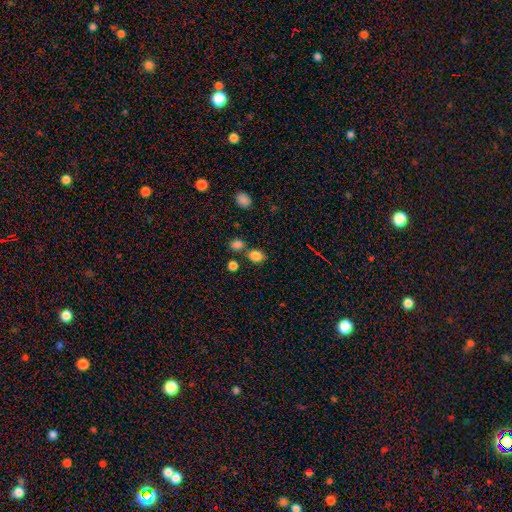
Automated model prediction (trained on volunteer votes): A smooth galaxy with no disk features (84%) that is round (55%). Merging: none (68%).